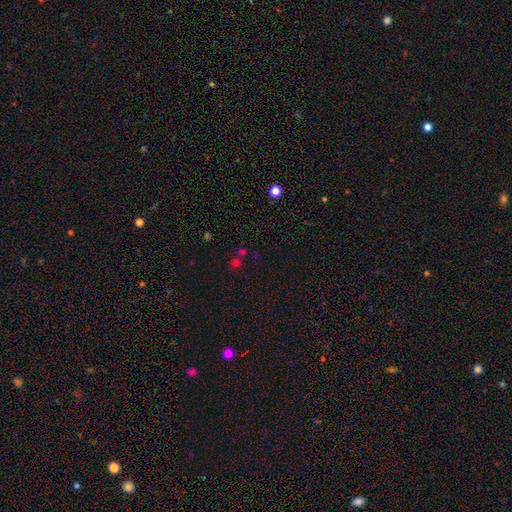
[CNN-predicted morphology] smooth_or_featured: star or artifact (p=0.46) [alt: smooth p=0.43]